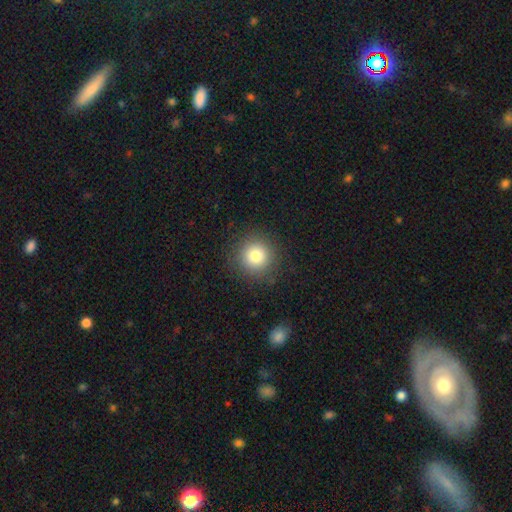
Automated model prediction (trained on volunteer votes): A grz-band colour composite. It shows a smooth galaxy with no disk features (81%) that is round (94%). Merging: none (90%).